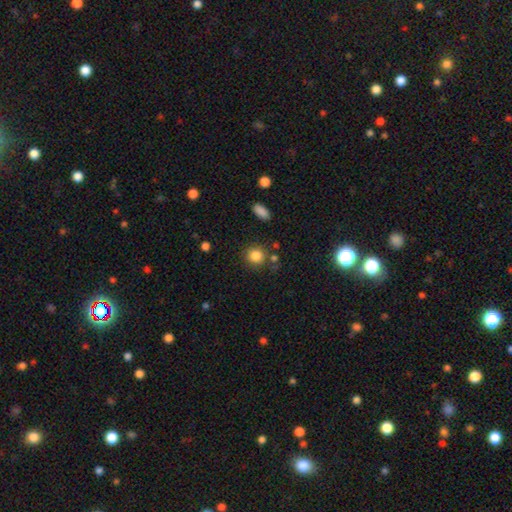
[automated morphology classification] This is clearly a smooth galaxy (84%). How rounded: clearly round (84%). Merging: likely none (78%).